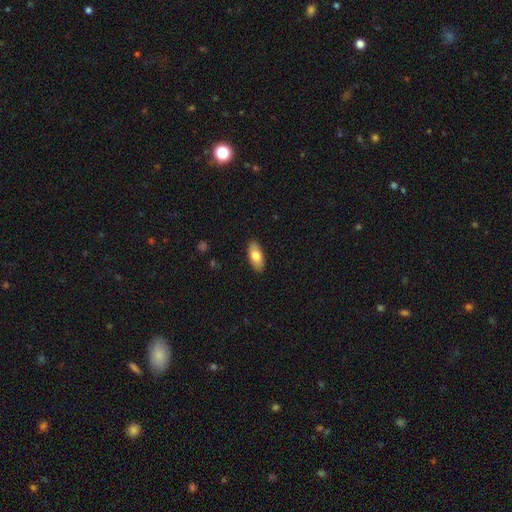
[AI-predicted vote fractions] A smooth galaxy with no disk features (77%) that is in between round and cigar-shaped (86%). Merging: none (89%).